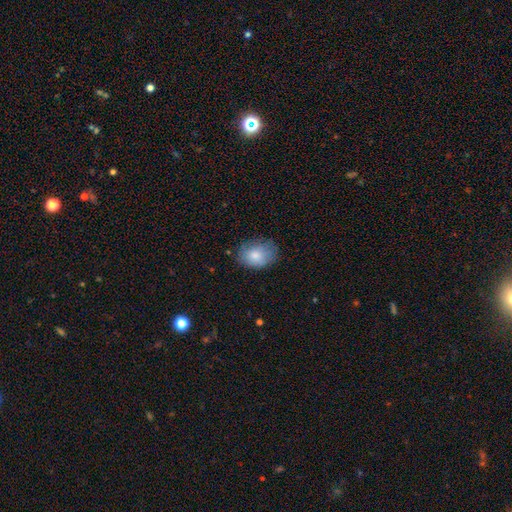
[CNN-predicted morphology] A smooth galaxy with no disk features (81%) that is in between round and cigar-shaped (74%). Merging: none (73%).